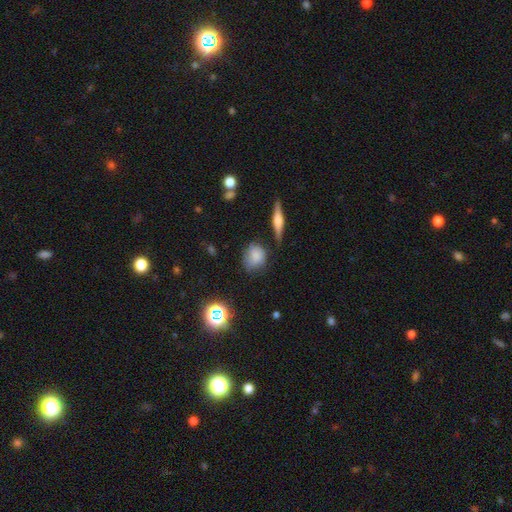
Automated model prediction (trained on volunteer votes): Smooth or featured? Predicted: smooth (p=0.77). How rounded? Predicted: round (p=0.60). Merging? Predicted: none (p=0.64).